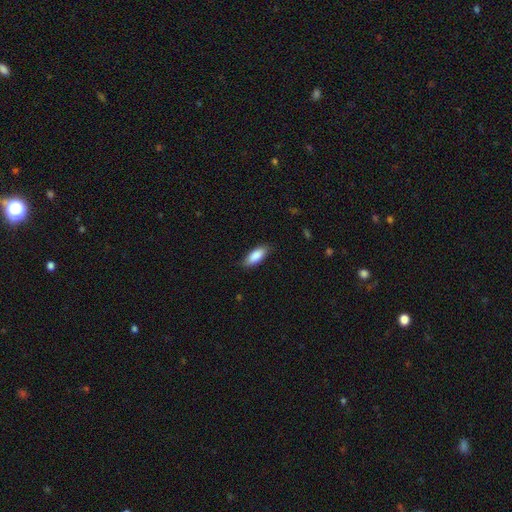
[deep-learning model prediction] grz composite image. It shows a smooth galaxy with no disk features (88%) that is in between round and cigar-shaped (79%). Merging: none (84%).